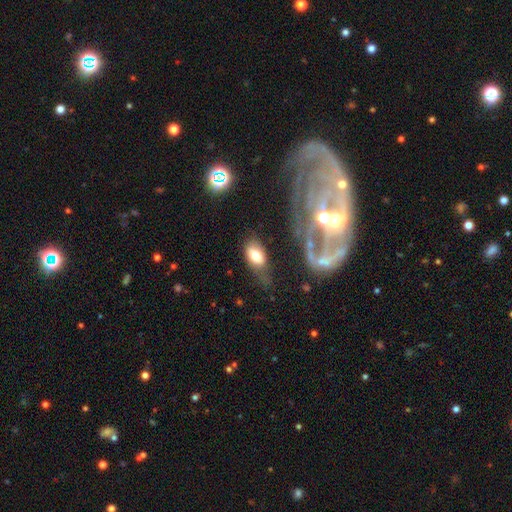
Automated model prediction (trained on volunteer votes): smooth-or-featured: smooth: 70% | featured or disk: 22% | star or artifact: 8%
  how-rounded: in between: 90% | round: 8% | cigar-shaped: 2%
  merging: none: 50% | minor disturbance: 28% | major disturbance: 16% | merger: 6%